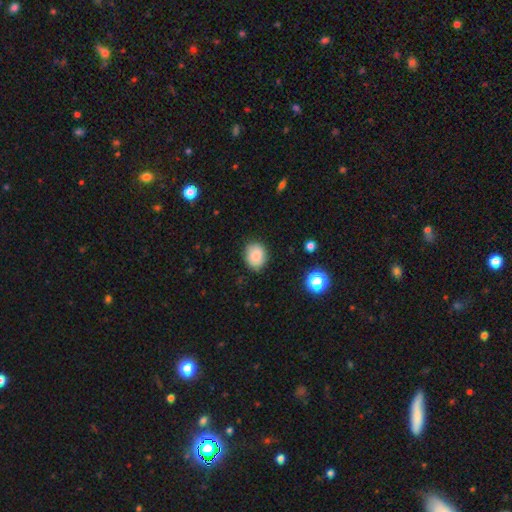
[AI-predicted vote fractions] Smooth or featured?
  - smooth: 84% *
  - star or artifact: 9%
  - featured or disk: 7%
How rounded?
  - round: 59% *
  - in between: 41%
  - cigar-shaped: 1%
Merging?
  - none: 82% *
  - minor disturbance: 14%
  - major disturbance: 3%
  - merger: 1%